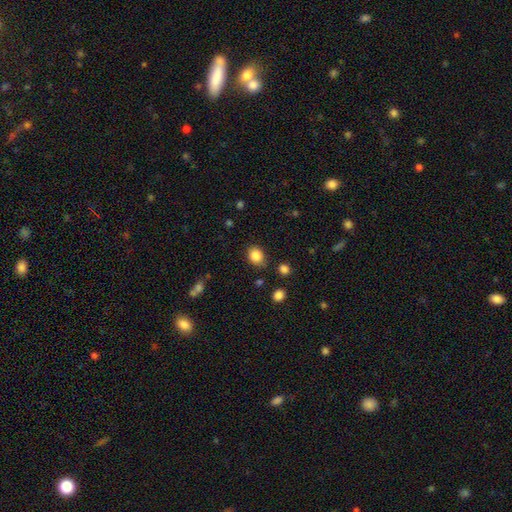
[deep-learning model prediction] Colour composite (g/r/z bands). It shows a smooth galaxy with no disk features (85%) that is round (57%). Merging: none (76%).